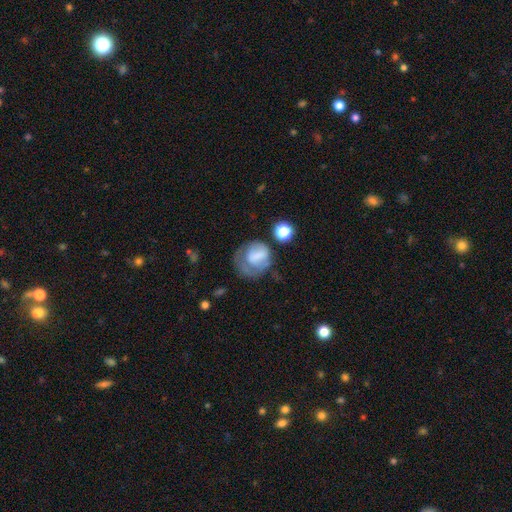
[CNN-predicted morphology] The model was most divided on "merging": major disturbance: 36%, none: 33%, minor disturbance: 25%, merger: 5%. More confident: how rounded — round (64%); smooth or featured — smooth (52%).